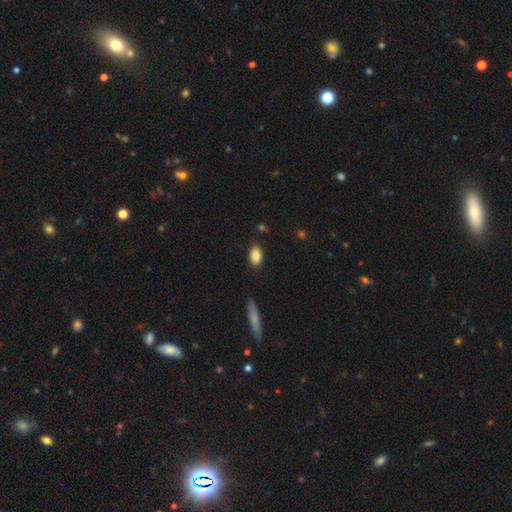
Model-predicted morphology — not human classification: A smooth galaxy with no disk features (87%) that is in between round and cigar-shaped (90%). Merging: none (86%).